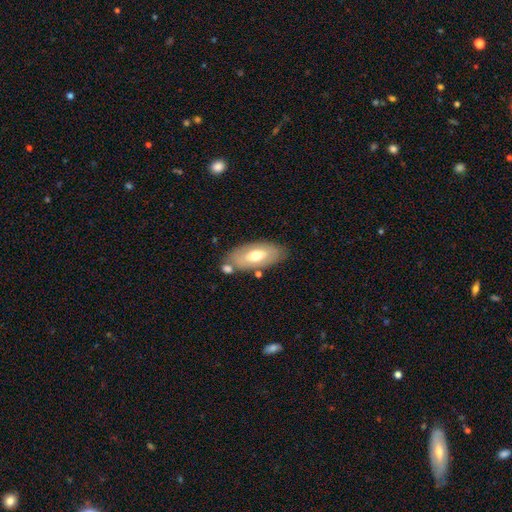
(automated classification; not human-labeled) This appears to be a smooth galaxy with no disk features (57%) that is in between round and cigar-shaped (89%). Merging: none (71%).